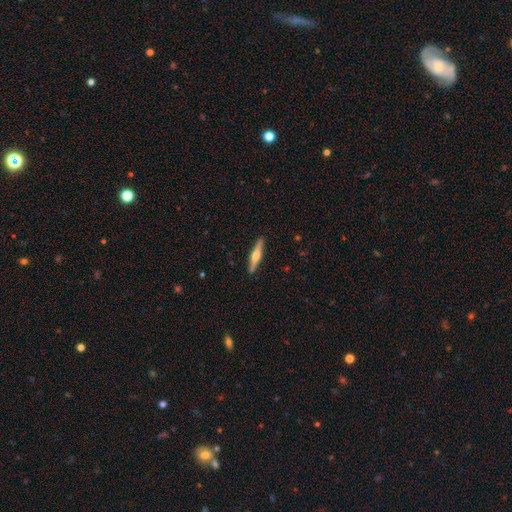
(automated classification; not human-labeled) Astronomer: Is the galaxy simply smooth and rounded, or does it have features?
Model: featured or disk — 61%.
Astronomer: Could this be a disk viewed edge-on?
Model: yes — 97%.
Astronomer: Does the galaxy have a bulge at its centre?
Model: rounded — 92%.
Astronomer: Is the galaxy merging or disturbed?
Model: none — 91%.